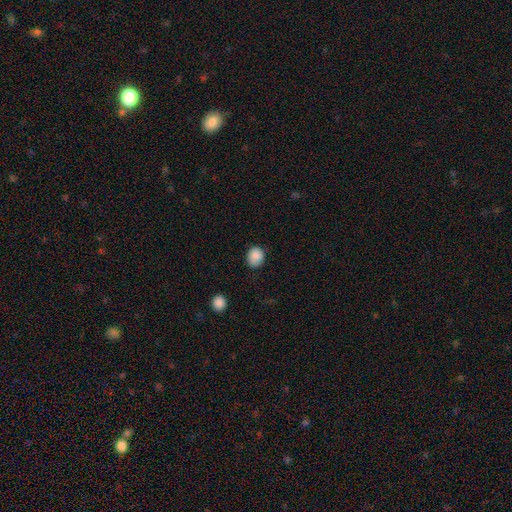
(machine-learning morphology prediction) Q: Smooth or featured?
A: smooth (87%); runner-up: star or artifact (9%)
Q: How rounded?
A: round (59%); runner-up: in between (40%)
Q: Merging?
A: none (73%); runner-up: minor disturbance (22%)